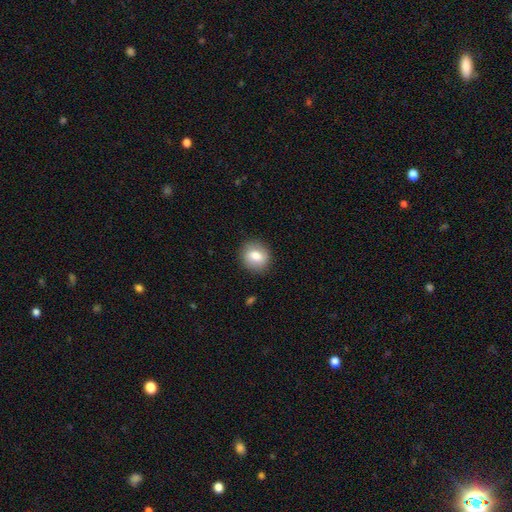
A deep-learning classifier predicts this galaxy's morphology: This is likely a smooth galaxy (76%). How rounded: likely round (75%). Merging: clearly none (88%).